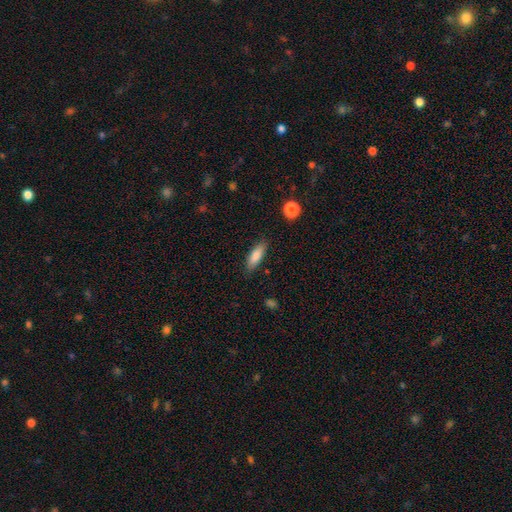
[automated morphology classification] A smooth galaxy with no disk features (81%) that is in between round and cigar-shaped (53%).

Vote fractions:
- Smooth or featured? smooth: 81% / featured or disk: 12% / star or artifact: 7%
- How rounded? in between: 53% / cigar-shaped: 45% / round: 2%
- Merging? none: 85% / minor disturbance: 11% / major disturbance: 3% / merger: 2%